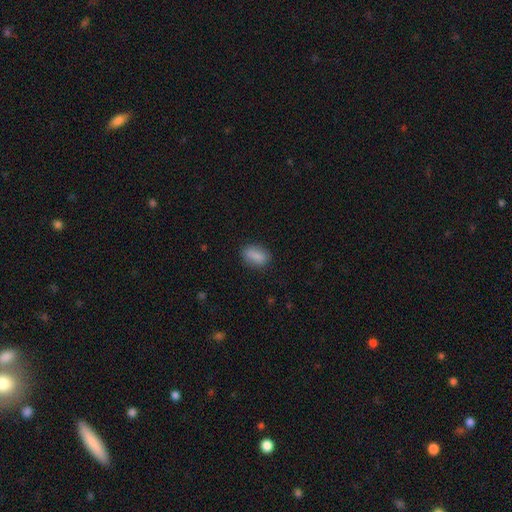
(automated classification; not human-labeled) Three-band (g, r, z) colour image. It shows a smooth galaxy with no disk features (85%) that is in between round and cigar-shaped (82%). Merging: none (82%).